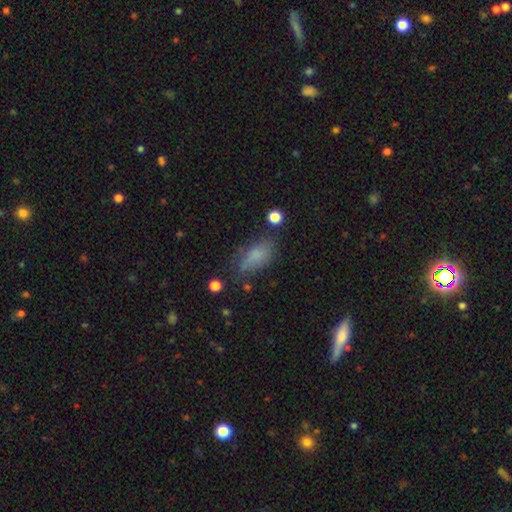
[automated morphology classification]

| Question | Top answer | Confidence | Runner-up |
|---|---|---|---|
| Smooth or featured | smooth | 78% | featured or disk (11%) |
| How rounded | in between | 84% | cigar-shaped (12%) |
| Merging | none | 63% | minor disturbance (24%) |